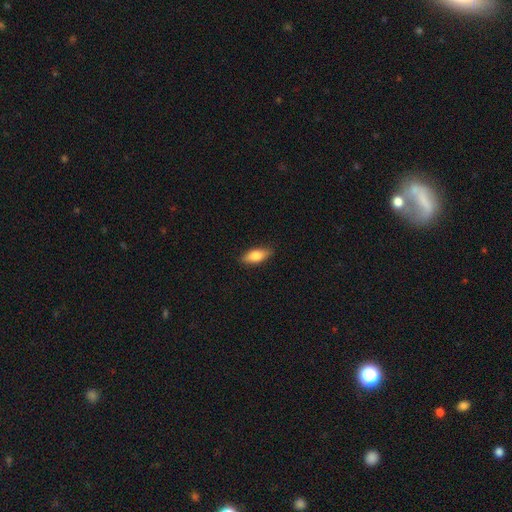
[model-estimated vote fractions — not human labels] smooth-or-featured: smooth: 77% | featured or disk: 17% | star or artifact: 6%
  how-rounded: in between: 76% | cigar-shaped: 21% | round: 3%
  merging: none: 87% | minor disturbance: 10% | major disturbance: 2% | merger: 1%